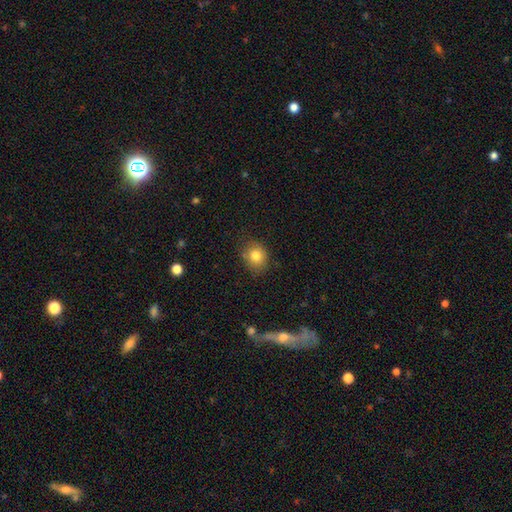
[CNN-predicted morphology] This appears to be a smooth galaxy with no disk features (80%) that is round (66%). Merging: none (78%).